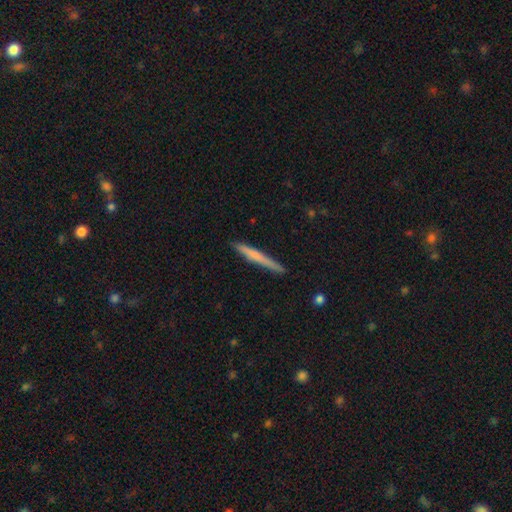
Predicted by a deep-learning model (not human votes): Smooth or featured: smooth — 59% (featured or disk — 35%)
How rounded: cigar-shaped — 96% (in between — 2%)
Merging: none — 87% (minor disturbance — 10%)